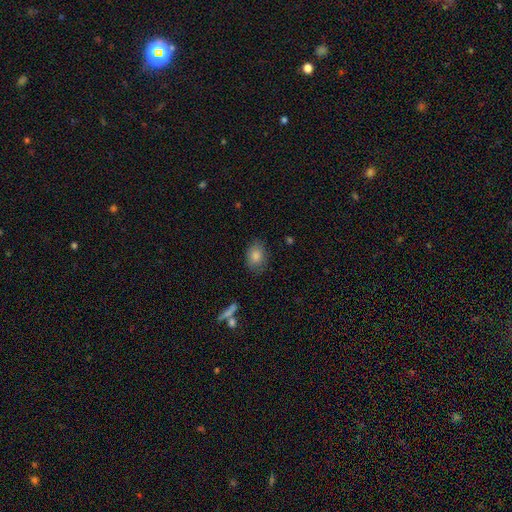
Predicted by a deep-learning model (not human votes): This appears to be a smooth galaxy with no disk features (81%) that is in between round and cigar-shaped (76%). Merging: none (82%).